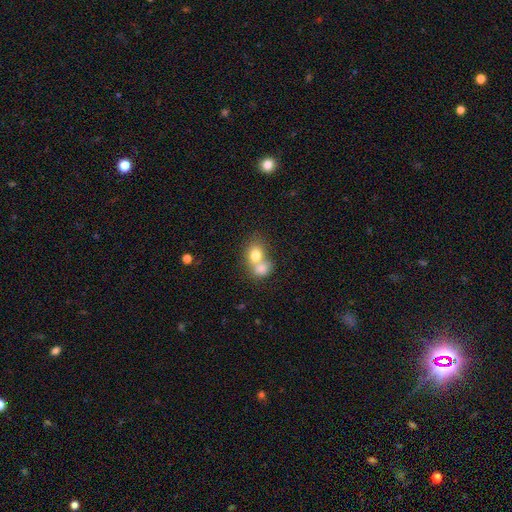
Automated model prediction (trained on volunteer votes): A smooth galaxy with no disk features (75%) that is round (54%). Merging: merger (69%).